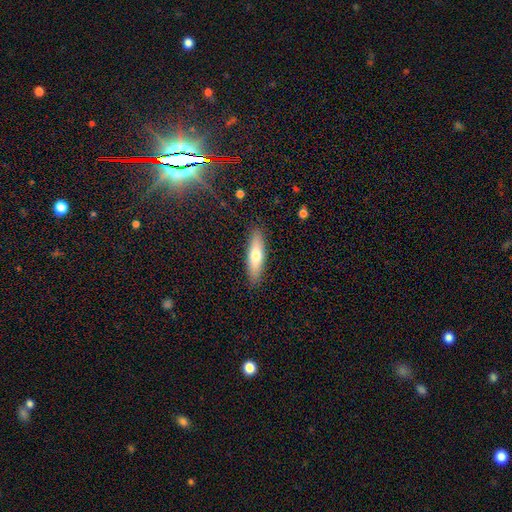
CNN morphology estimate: type=smooth (68%); roundness=cigar-shaped (60%); merging=none (88%).